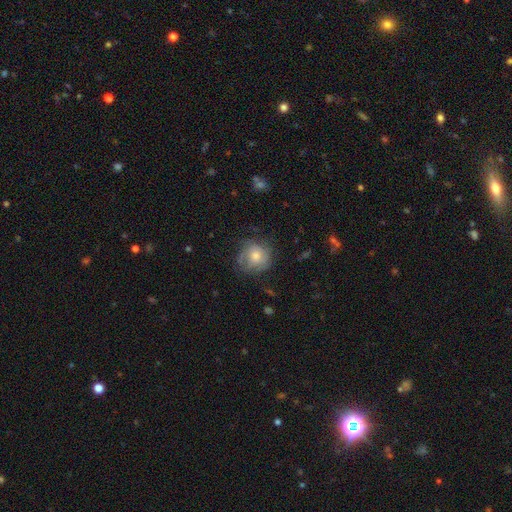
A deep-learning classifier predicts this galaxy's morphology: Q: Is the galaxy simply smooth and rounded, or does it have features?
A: smooth — 53%.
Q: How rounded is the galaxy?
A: round — 86%.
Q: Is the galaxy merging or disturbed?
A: none — 67%.